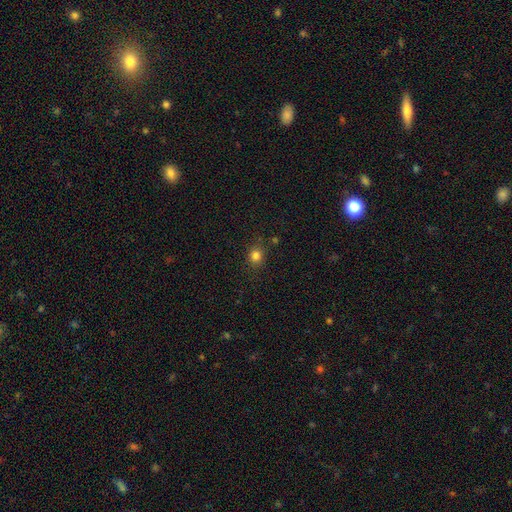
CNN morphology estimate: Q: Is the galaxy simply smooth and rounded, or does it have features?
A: smooth — 81%.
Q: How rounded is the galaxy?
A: round — 81%.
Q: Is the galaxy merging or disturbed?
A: none — 84%.